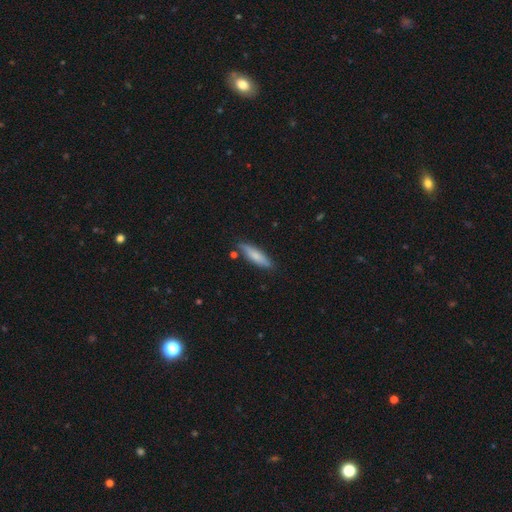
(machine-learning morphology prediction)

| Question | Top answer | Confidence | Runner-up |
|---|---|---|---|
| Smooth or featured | smooth | 71% | featured or disk (23%) |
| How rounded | cigar-shaped | 71% | in between (28%) |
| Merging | none | 80% | minor disturbance (14%) |